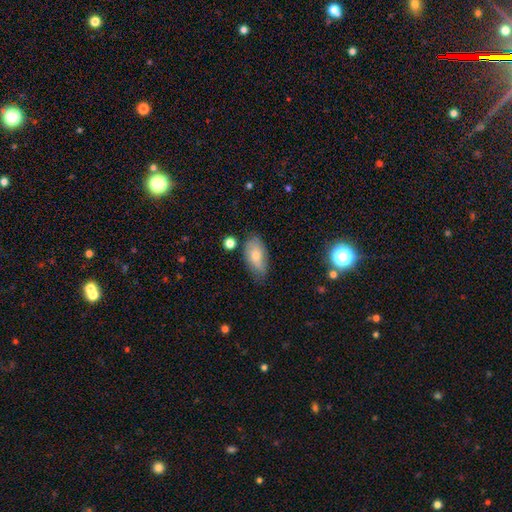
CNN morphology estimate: This appears to be a smooth galaxy with no disk features (69%) that is in between round and cigar-shaped (91%). Merging: none (65%).